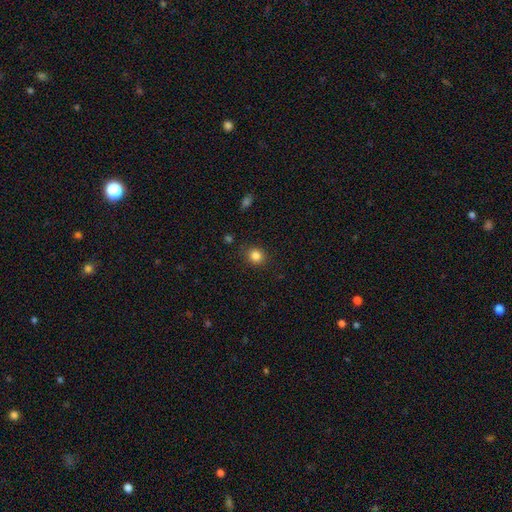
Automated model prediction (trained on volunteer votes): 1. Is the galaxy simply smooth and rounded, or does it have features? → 84% smooth, 12% star or artifact, 5% featured or disk.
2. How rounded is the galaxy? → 82% round, 17% in between, 1% cigar-shaped.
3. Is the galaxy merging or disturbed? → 87% none, 9% minor disturbance, 3% major disturbance, 1% merger.